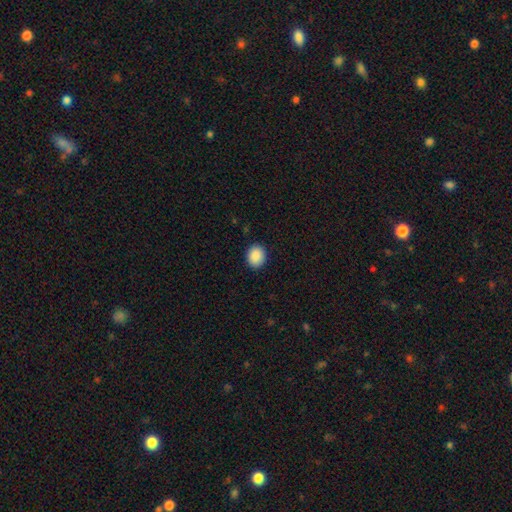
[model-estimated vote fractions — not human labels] A smooth galaxy with no disk features (89%) that is round (56%).

Vote fractions:
- Smooth or featured? smooth: 89% / star or artifact: 8% / featured or disk: 3%
- How rounded? round: 56% / in between: 43% / cigar-shaped: 1%
- Merging? none: 90% / minor disturbance: 7% / major disturbance: 2% / merger: 1%